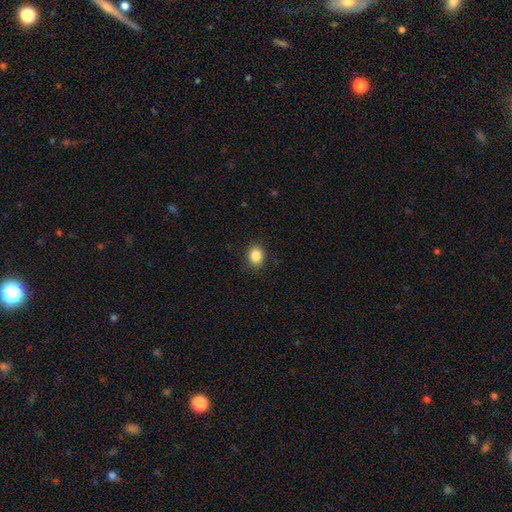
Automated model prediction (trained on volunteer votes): Overall: smooth (86%). How rounded: round (50%; in between 49%). Merging: none (89%).